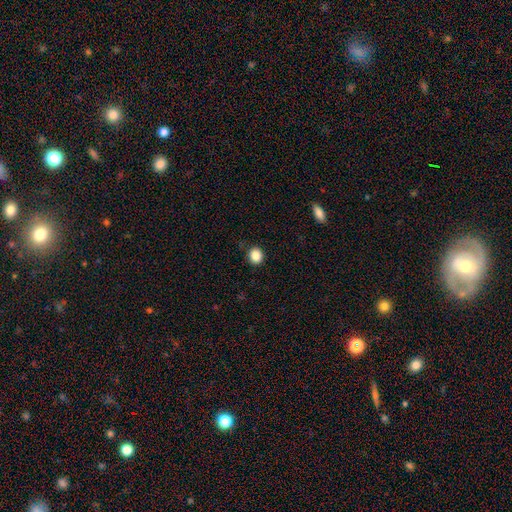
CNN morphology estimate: The model was most divided on "how rounded": round: 84%, in between: 15%, cigar-shaped: 1%. More confident: merging — none (89%); smooth or featured — smooth (86%).